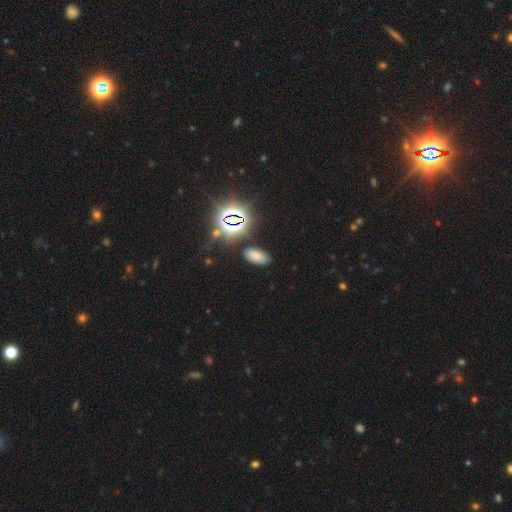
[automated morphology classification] This is likely a smooth galaxy (62%). How rounded: clearly in between (92%). Merging: clearly none (83%).